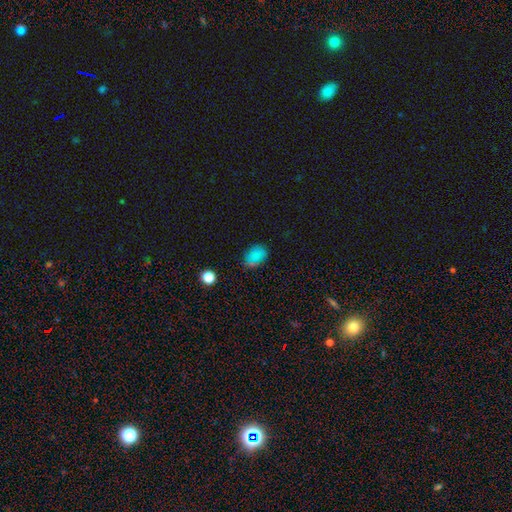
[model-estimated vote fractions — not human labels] smooth-or-featured: smooth: 76% | star or artifact: 16% | featured or disk: 8%
  how-rounded: in between: 66% | round: 32% | cigar-shaped: 1%
  merging: none: 66% | minor disturbance: 21% | merger: 7% | major disturbance: 6%